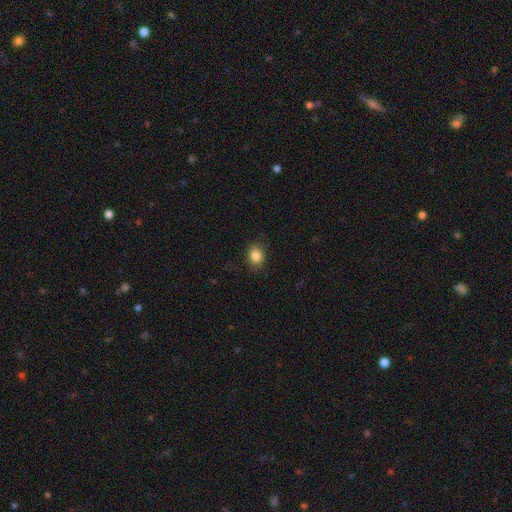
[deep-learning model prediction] Q: Smooth or featured?
A: smooth (84%); runner-up: star or artifact (10%)
Q: How rounded?
A: in between (56%); runner-up: round (43%)
Q: Merging?
A: none (84%); runner-up: minor disturbance (12%)